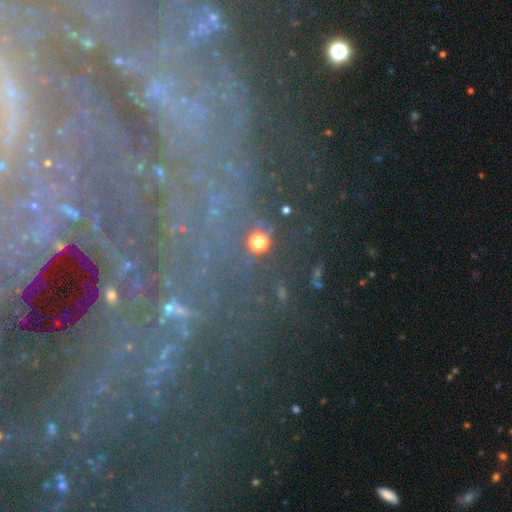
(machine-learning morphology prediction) Smooth or featured: star or artifact — 44% (featured or disk — 42%)